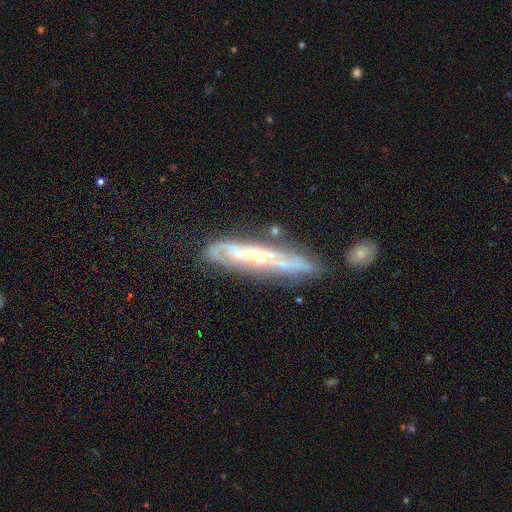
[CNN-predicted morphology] Overall: featured or disk (73%). Edge-on disk: yes (53%; no 47%). Merging: none (63%).